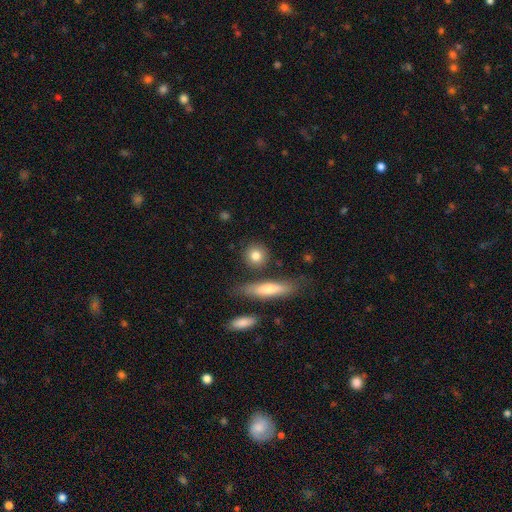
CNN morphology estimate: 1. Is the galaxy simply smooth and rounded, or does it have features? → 80% smooth, 13% featured or disk, 8% star or artifact.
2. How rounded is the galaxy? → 81% round, 14% in between, 5% cigar-shaped.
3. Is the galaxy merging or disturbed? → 80% none, 9% minor disturbance, 7% merger, 3% major disturbance.